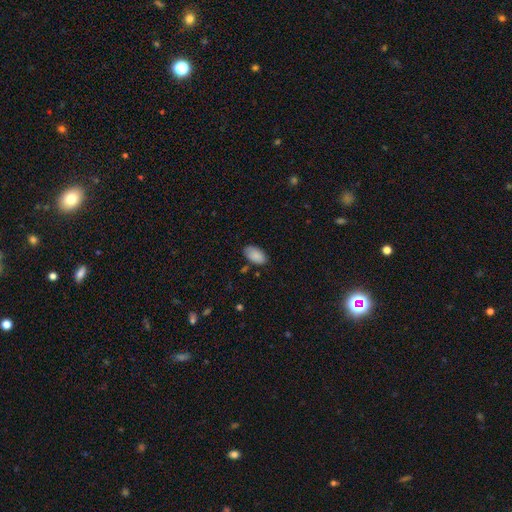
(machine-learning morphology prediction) This is clearly a smooth galaxy (89%). How rounded: clearly in between (95%). Merging: likely none (80%).